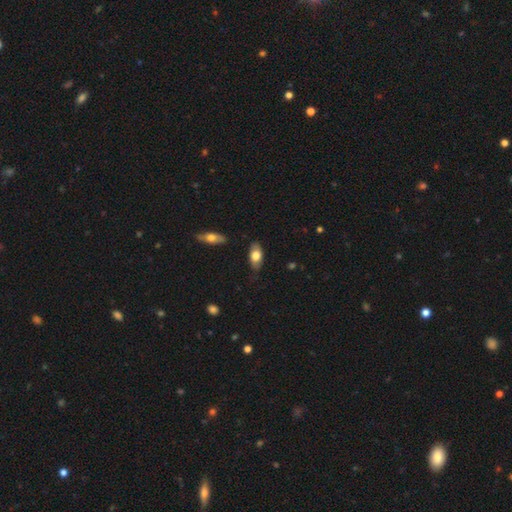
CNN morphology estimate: type=smooth (70%); roundness=in between (89%); merging=none (78%).